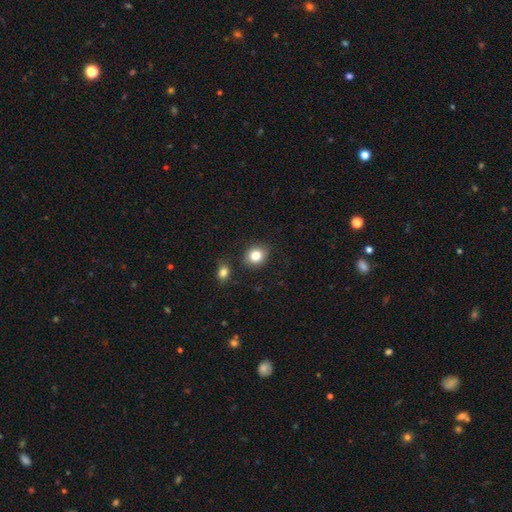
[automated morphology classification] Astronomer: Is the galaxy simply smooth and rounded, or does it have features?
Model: smooth — 83%.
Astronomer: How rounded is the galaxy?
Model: round — 77%.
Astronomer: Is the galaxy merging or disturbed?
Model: none — 83%.